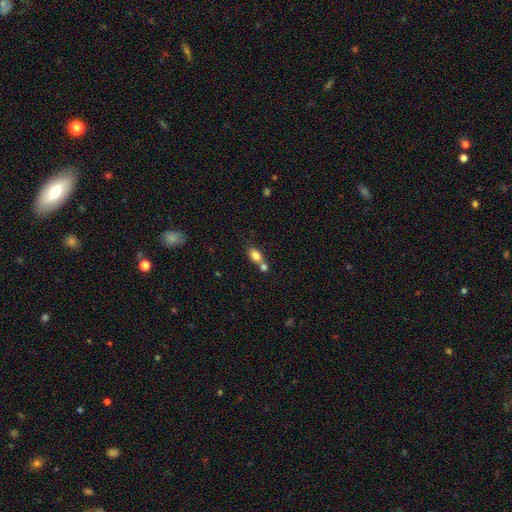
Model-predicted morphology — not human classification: This appears to be a smooth galaxy with no disk features (81%) that is in between round and cigar-shaped (81%). Merging: merger (45%).